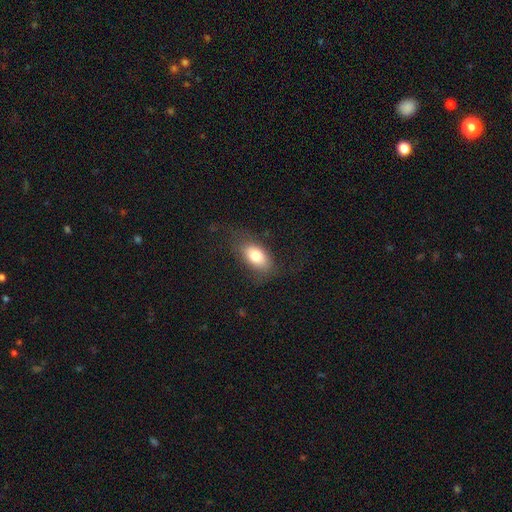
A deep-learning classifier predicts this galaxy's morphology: The model was most divided on "merging": none: 69%, minor disturbance: 19%, major disturbance: 11%, merger: 1%. More confident: how rounded — in between (90%); smooth or featured — smooth (78%).